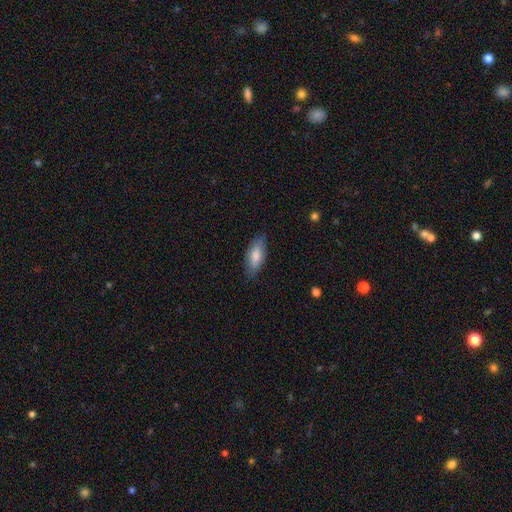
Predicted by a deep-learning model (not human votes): Smooth or featured? smooth (79%)
How rounded? in between (77%)
Merging? none (81%)